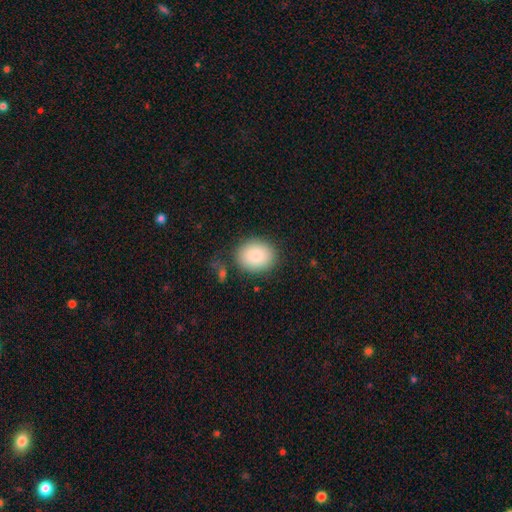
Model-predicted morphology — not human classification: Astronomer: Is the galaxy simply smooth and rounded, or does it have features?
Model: smooth — 87%.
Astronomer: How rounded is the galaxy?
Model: round — 52% (runner-up: in between, 47%).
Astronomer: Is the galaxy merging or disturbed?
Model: none — 81%.